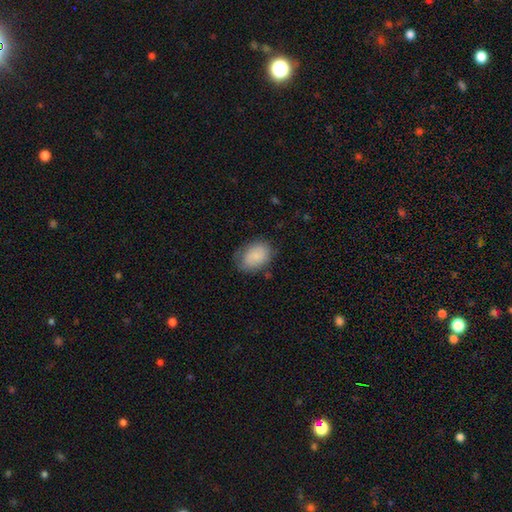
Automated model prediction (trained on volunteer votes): A smooth galaxy with no disk features (81%) that is in between round and cigar-shaped (74%).

Vote fractions:
- Smooth or featured? smooth: 81% / featured or disk: 12% / star or artifact: 7%
- How rounded? in between: 74% / round: 25% / cigar-shaped: 1%
- Merging? none: 67% / minor disturbance: 23% / major disturbance: 7% / merger: 2%